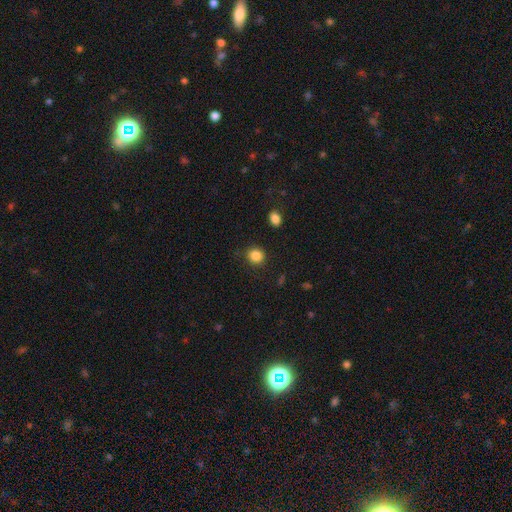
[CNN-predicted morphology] smooth_or_featured: smooth (p=0.85) [alt: star or artifact p=0.11]
how_rounded: round (p=0.87) [alt: in between p=0.12]
merging: none (p=0.86) [alt: minor disturbance p=0.09]